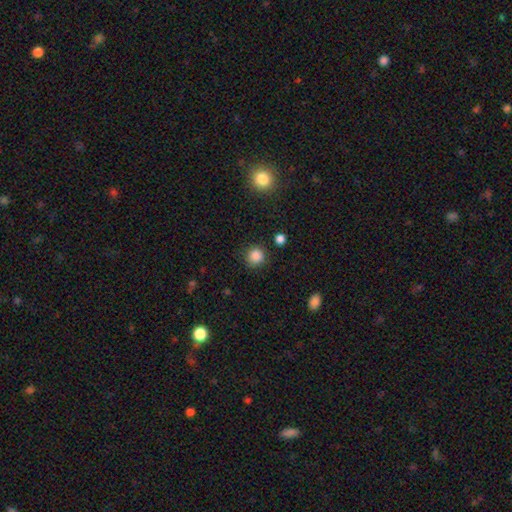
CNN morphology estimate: Smooth or featured: smooth — 86% (star or artifact — 11%)
How rounded: round — 90% (in between — 9%)
Merging: none — 85% (minor disturbance — 9%)